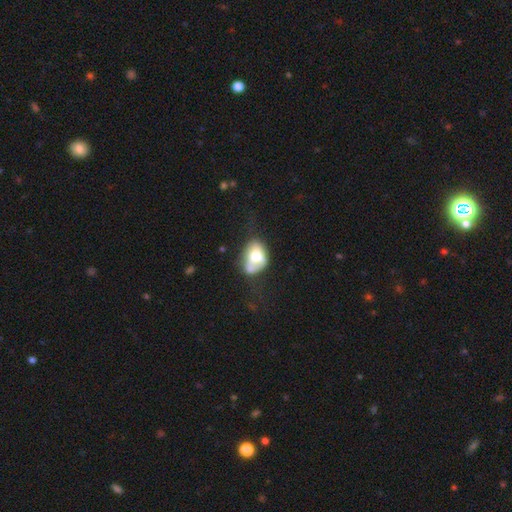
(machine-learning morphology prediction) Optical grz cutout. It shows a smooth galaxy with no disk features (62%) that is in between round and cigar-shaped (76%). Merging: minor disturbance (29%).